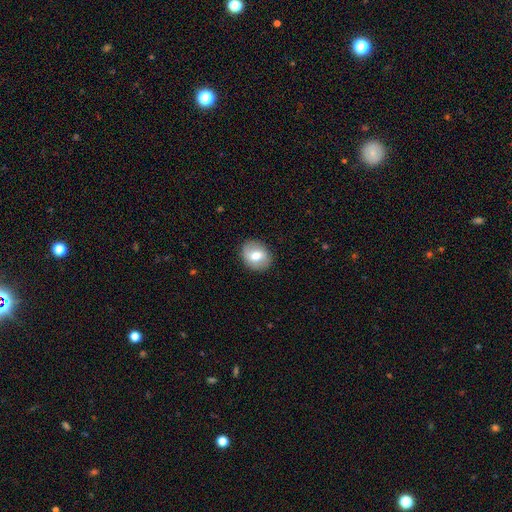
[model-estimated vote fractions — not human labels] Smooth or featured?
  - smooth: 58% *
  - featured or disk: 35%
  - star or artifact: 7%
How rounded?
  - round: 54% *
  - in between: 45%
  - cigar-shaped: 1%
Merging?
  - none: 86% *
  - minor disturbance: 10%
  - major disturbance: 3%
  - merger: 1%